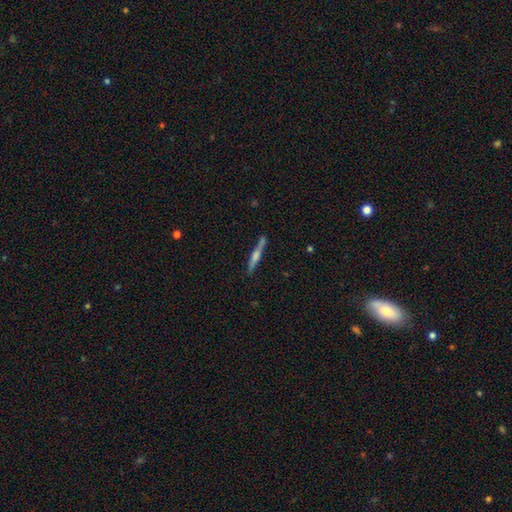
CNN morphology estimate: Smooth or featured? Predicted: featured or disk (p=0.69). Edge-on disk? Predicted: yes (p=0.97). Edge-on bulge? Predicted: rounded (p=0.76). Merging? Predicted: none (p=0.86).